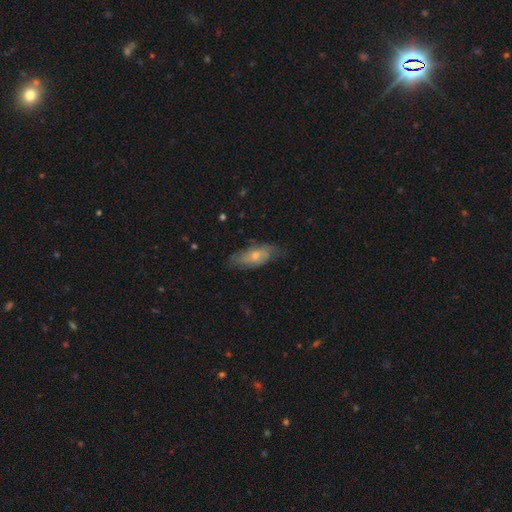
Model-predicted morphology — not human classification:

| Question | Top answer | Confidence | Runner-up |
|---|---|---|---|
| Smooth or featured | smooth | 54% | featured or disk (40%) |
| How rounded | in between | 78% | cigar-shaped (19%) |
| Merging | none | 67% | minor disturbance (25%) |